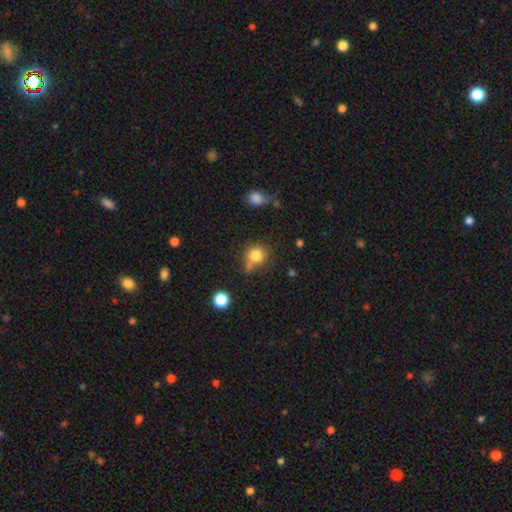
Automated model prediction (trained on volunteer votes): smooth 80%, star or artifact 12%, featured or disk 8%. Down the decision tree: how rounded — round (79%); merging — none (55%).